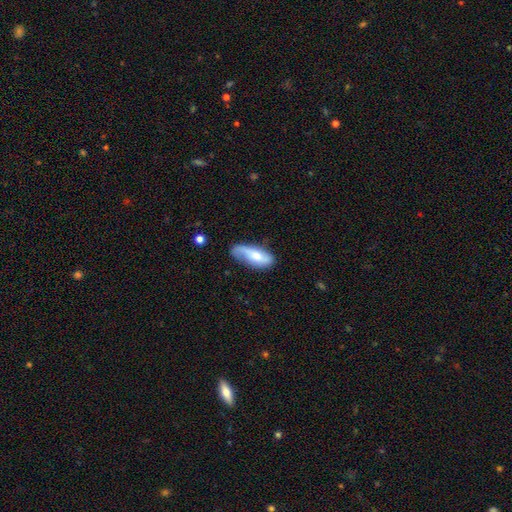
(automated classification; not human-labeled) Morphology: type=smooth (56%); roundness=in between (77%); merging=none (49%).